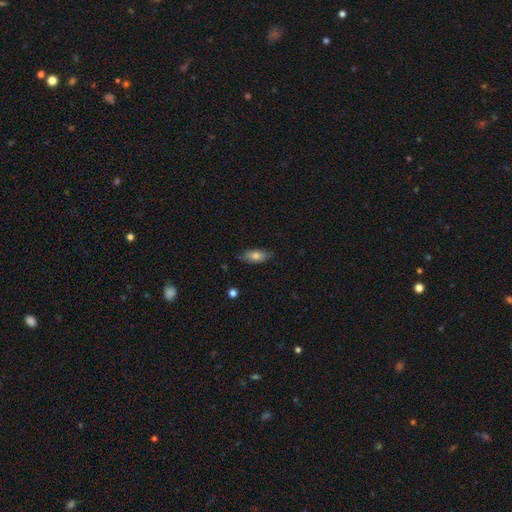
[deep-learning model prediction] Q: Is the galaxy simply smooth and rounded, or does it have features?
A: smooth — 74%.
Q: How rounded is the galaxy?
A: in between — 81%.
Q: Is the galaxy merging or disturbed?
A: none — 78%.